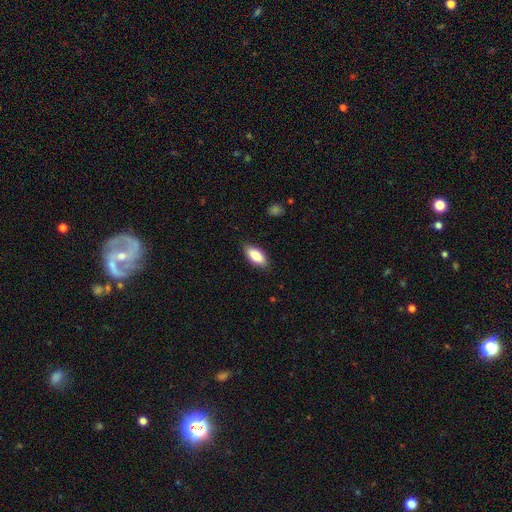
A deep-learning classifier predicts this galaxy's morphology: Q: Smooth or featured?
A: smooth (83%); runner-up: featured or disk (11%)
Q: How rounded?
A: in between (85%); runner-up: cigar-shaped (13%)
Q: Merging?
A: none (86%); runner-up: minor disturbance (11%)